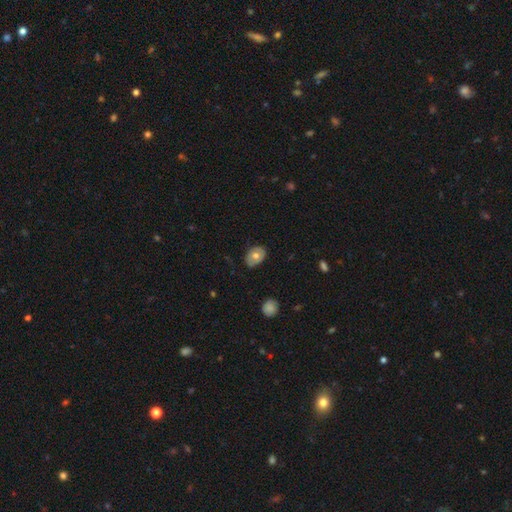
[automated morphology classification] type=smooth (63%); roundness=in between (77%); merging=none (76%).